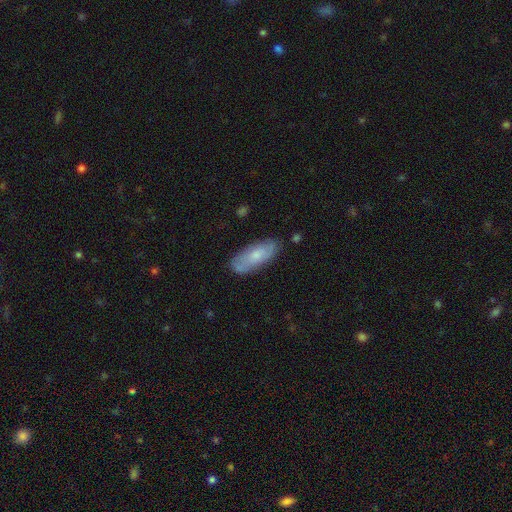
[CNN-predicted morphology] Overall: smooth (67%; featured or disk 28%). How rounded: in between (74%). Merging: none (75%).